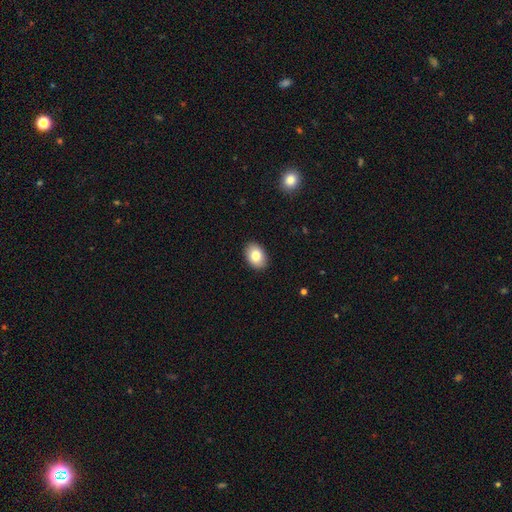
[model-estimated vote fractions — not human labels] Q: Smooth or featured?
A: smooth (83%); runner-up: featured or disk (10%)
Q: How rounded?
A: in between (83%); runner-up: round (16%)
Q: Merging?
A: none (90%); runner-up: minor disturbance (7%)